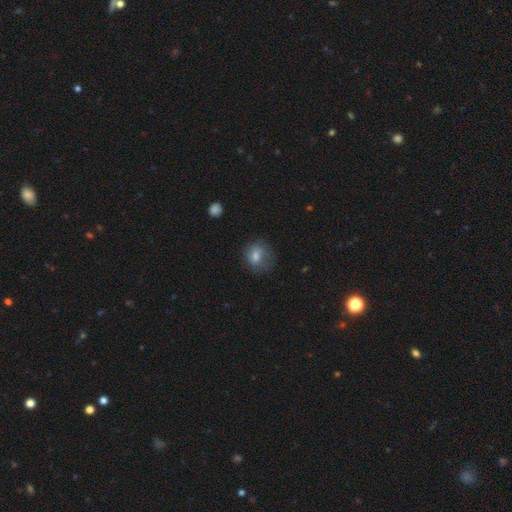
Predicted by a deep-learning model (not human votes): Smooth or featured?
  - smooth: 72% *
  - featured or disk: 18%
  - star or artifact: 10%
How rounded?
  - round: 62% *
  - in between: 36%
  - cigar-shaped: 1%
Merging?
  - none: 59% *
  - minor disturbance: 24%
  - major disturbance: 16%
  - merger: 1%